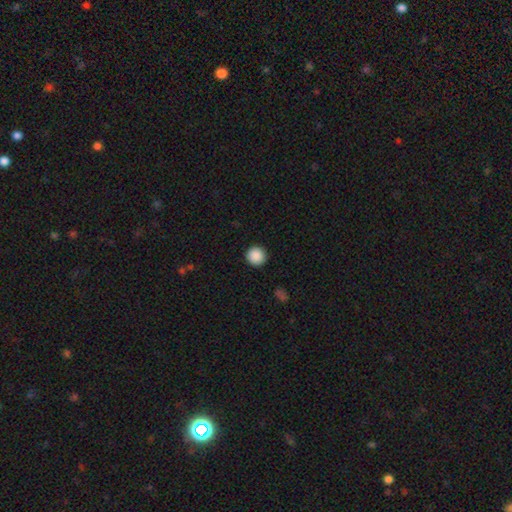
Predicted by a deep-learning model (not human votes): Q: Smooth or featured?
A: smooth (89%); runner-up: star or artifact (9%)
Q: How rounded?
A: round (96%); runner-up: in between (3%)
Q: Merging?
A: none (93%); runner-up: minor disturbance (5%)